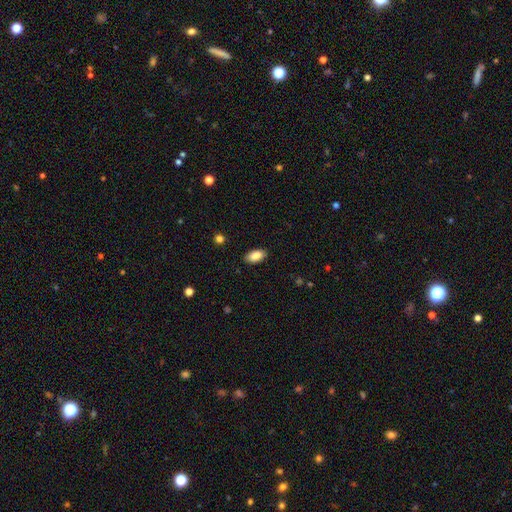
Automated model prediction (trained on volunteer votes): Overall: smooth (87%). How rounded: in between (93%). Merging: none (88%).